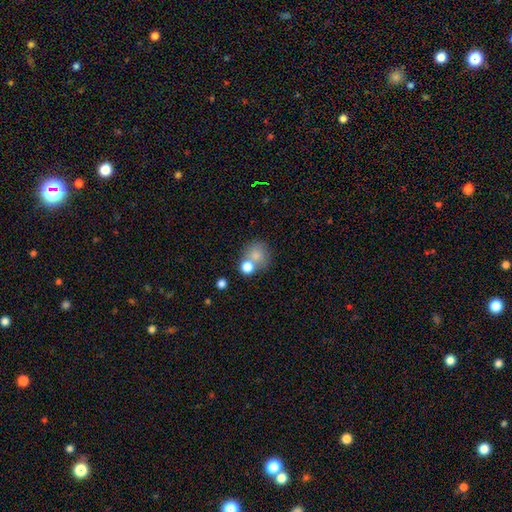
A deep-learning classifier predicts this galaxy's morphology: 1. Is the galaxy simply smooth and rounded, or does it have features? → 77% smooth, 12% featured or disk, 11% star or artifact.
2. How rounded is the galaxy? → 80% round, 19% in between, 1% cigar-shaped.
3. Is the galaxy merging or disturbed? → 49% none, 33% merger, 12% minor disturbance, 6% major disturbance.